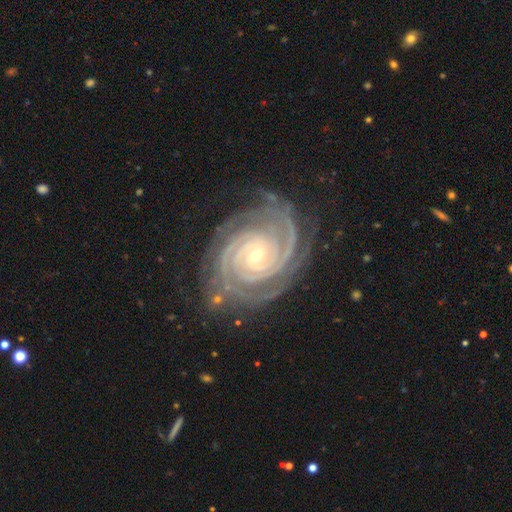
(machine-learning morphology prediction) Smooth or featured? Predicted: featured or disk (p=0.93). Edge-on disk? Predicted: no (p=0.98). Bar? Predicted: no (p=0.62). Spiral arms? Predicted: yes (p=0.99). Spiral winding? Predicted: tight (p=0.86). Spiral arm count? Predicted: 2 (p=0.27). Bulge size? Predicted: small (p=0.74). Merging? Predicted: none (p=0.78).